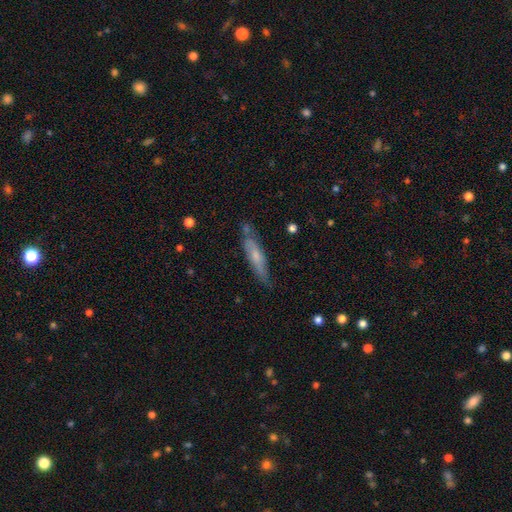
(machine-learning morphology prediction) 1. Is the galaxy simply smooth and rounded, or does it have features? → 50% smooth, 44% featured or disk, 6% star or artifact.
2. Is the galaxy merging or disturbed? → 67% none, 23% minor disturbance, 5% major disturbance, 5% merger.